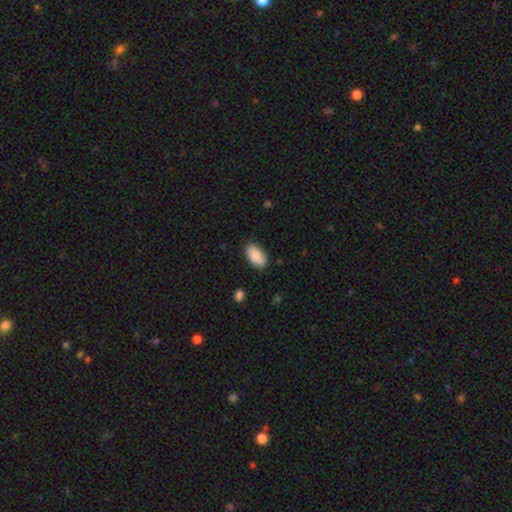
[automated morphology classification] A smooth galaxy with no disk features (85%) that is in between round and cigar-shaped (94%).

Vote fractions:
- Smooth or featured? smooth: 85% / featured or disk: 8% / star or artifact: 6%
- How rounded? in between: 94% / round: 4% / cigar-shaped: 2%
- Merging? none: 82% / minor disturbance: 14% / major disturbance: 3% / merger: 1%